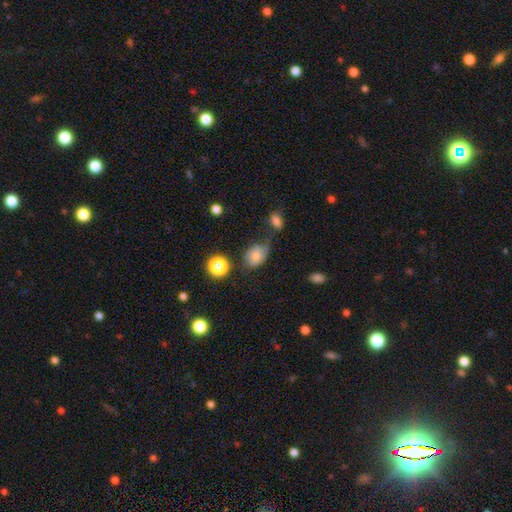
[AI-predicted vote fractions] This appears to be a smooth galaxy with no disk features (70%) that is in between round and cigar-shaped (65%). Merging: none (37%).